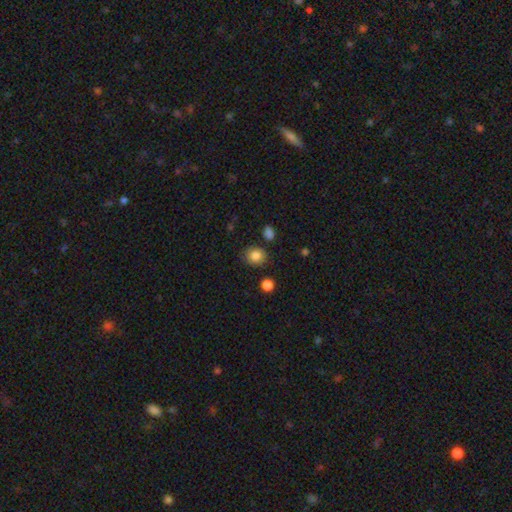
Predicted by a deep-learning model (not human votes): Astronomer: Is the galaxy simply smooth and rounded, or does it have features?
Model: smooth — 85%.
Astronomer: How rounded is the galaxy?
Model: round — 72%.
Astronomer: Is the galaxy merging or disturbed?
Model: none — 82%.